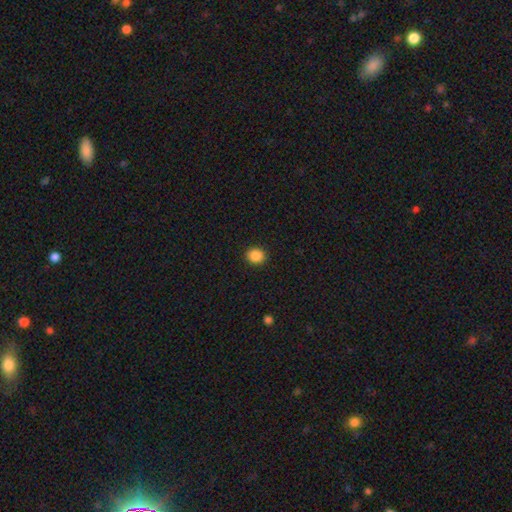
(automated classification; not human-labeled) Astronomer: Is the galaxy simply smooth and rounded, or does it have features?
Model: smooth — 87%.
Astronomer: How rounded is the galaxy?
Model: round — 78%.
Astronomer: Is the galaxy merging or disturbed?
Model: none — 91%.